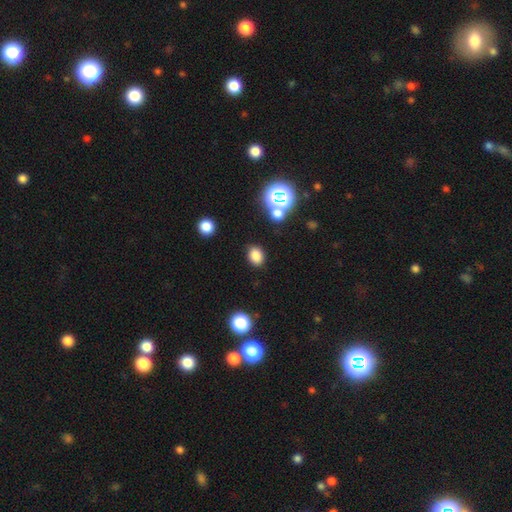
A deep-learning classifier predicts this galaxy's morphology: smooth-or-featured: smooth: 80% | star or artifact: 14% | featured or disk: 6%
  how-rounded: in between: 67% | round: 32% | cigar-shaped: 1%
  merging: none: 85% | minor disturbance: 9% | major disturbance: 3% | merger: 3%